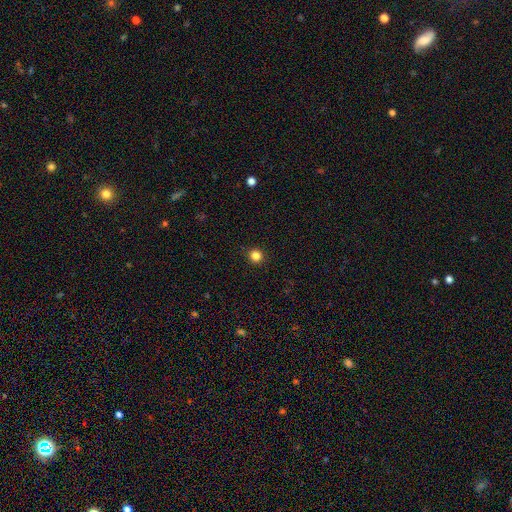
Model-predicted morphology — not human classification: Smooth or featured? Predicted: smooth (p=0.84). How rounded? Predicted: round (p=0.93). Merging? Predicted: none (p=0.92).